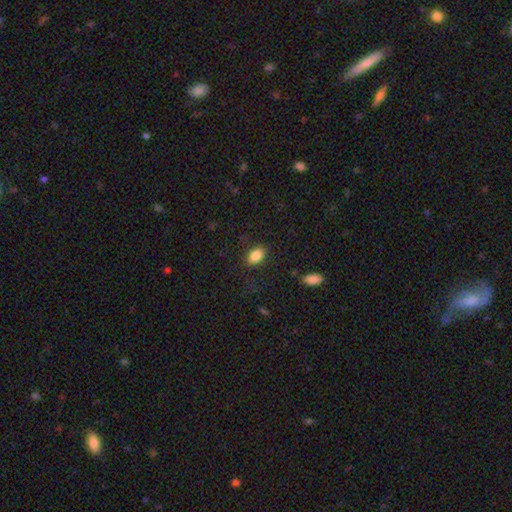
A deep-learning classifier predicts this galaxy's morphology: The model was most divided on "merging": none: 84%, minor disturbance: 11%, major disturbance: 4%, merger: 1%. More confident: how rounded — in between (87%); smooth or featured — smooth (85%).